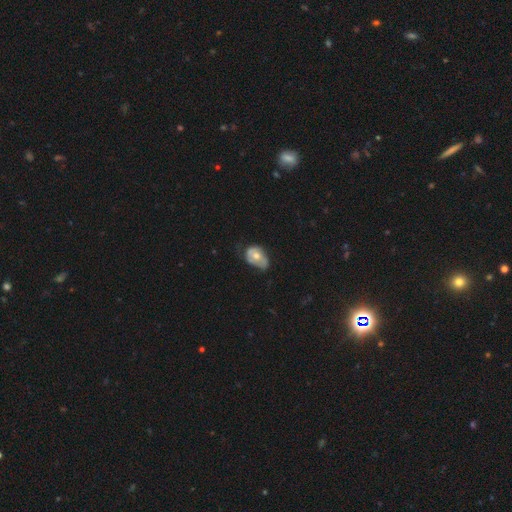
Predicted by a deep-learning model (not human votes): This is possibly a smooth galaxy (52%). How rounded: clearly in between (82%). Merging: marginally minor disturbance (43%).